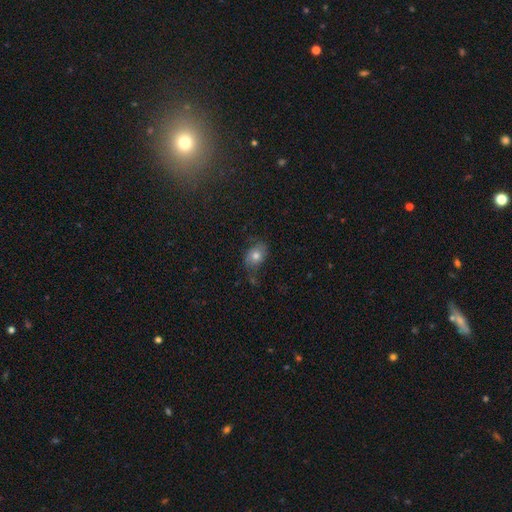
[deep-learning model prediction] This is likely a smooth galaxy (70%). How rounded: likely in between (71%). Merging: likely none (61%).